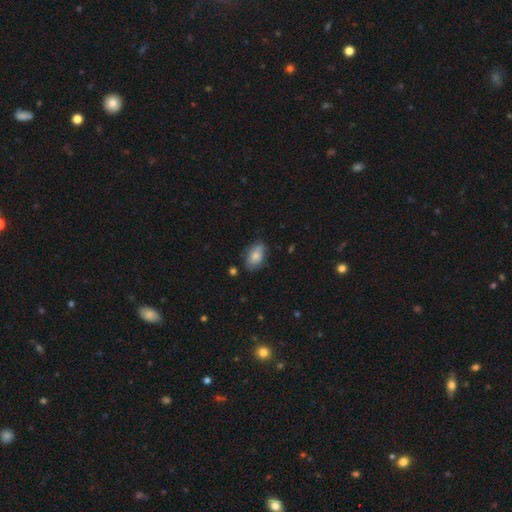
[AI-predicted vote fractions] A smooth galaxy with no disk features (75%) that is in between round and cigar-shaped (90%).

Vote fractions:
- Smooth or featured? smooth: 75% / featured or disk: 18% / star or artifact: 7%
- How rounded? in between: 90% / round: 8% / cigar-shaped: 2%
- Merging? none: 69% / minor disturbance: 24% / major disturbance: 5% / merger: 2%